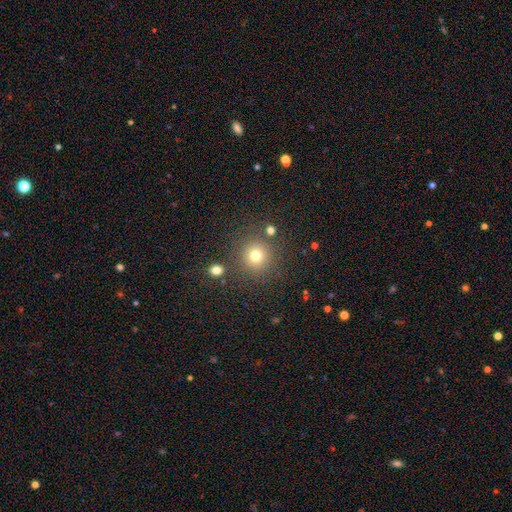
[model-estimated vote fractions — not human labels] Smooth or featured? smooth (76%)
How rounded? round (93%)
Merging? none (83%)